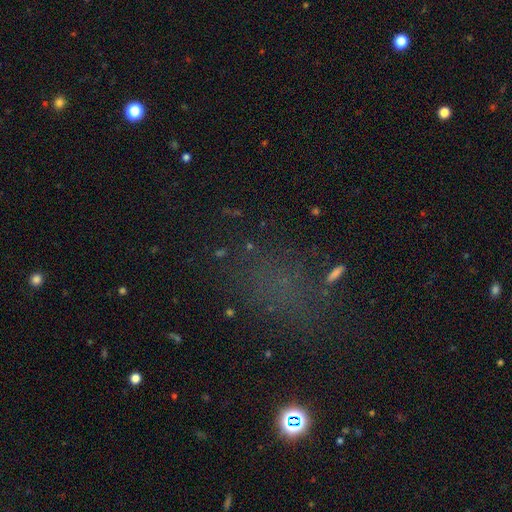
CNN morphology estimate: smooth-or-featured: smooth: 45% | star or artifact: 42% | featured or disk: 13%
  merging: none: 68% | minor disturbance: 15% | major disturbance: 13% | merger: 4%